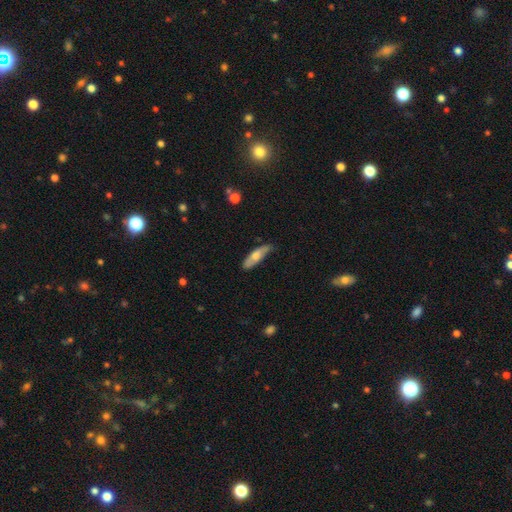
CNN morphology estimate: This appears to be a smooth galaxy with no disk features (59%) that is cigar-shaped (51%). Merging: none (67%).